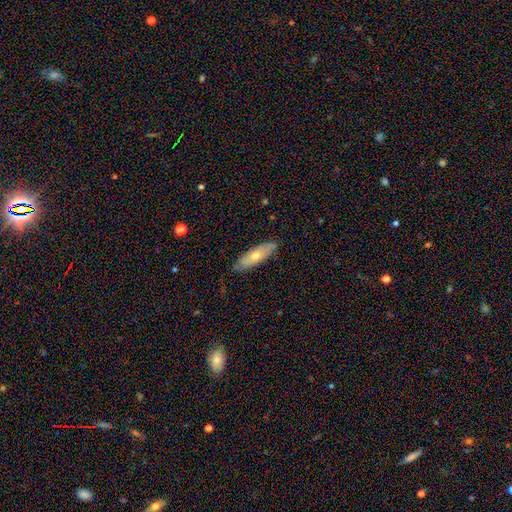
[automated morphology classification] Overall: smooth (51%; featured or disk 42%). How rounded: in between (50%; cigar-shaped 47%). Merging: none (84%).